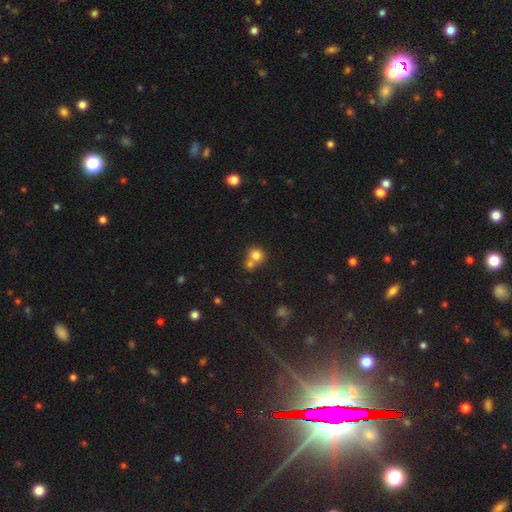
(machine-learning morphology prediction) A smooth galaxy with no disk features (79%) that is round (86%).

Vote fractions:
- Smooth or featured? smooth: 79% / star or artifact: 12% / featured or disk: 9%
- How rounded? round: 86% / in between: 13% / cigar-shaped: 1%
- Merging? none: 48% / merger: 41% / minor disturbance: 7% / major disturbance: 3%